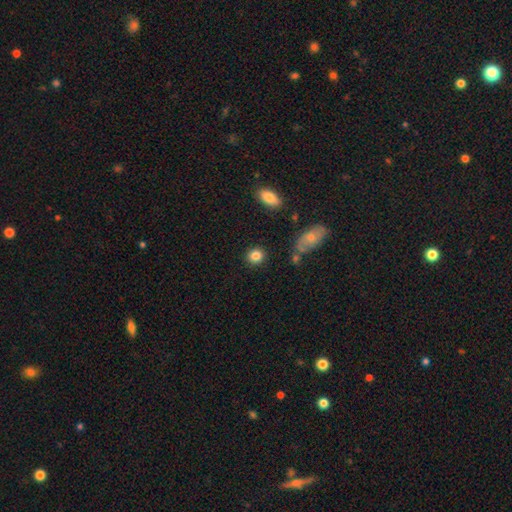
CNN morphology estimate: Overall: smooth (84%). How rounded: round (82%). Merging: none (86%).